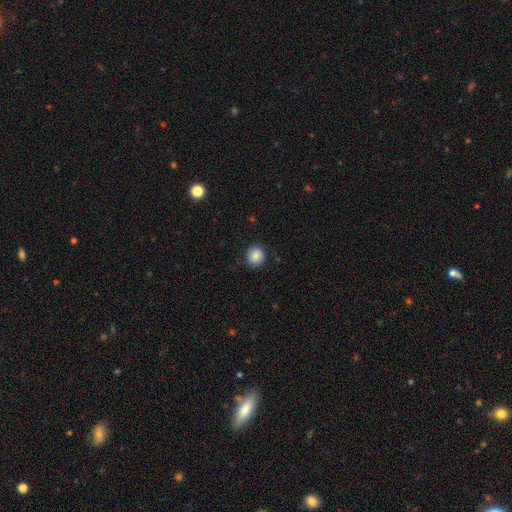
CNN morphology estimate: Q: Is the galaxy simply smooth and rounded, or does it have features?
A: smooth — 84%.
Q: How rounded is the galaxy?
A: round — 87%.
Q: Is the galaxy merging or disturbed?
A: none — 87%.